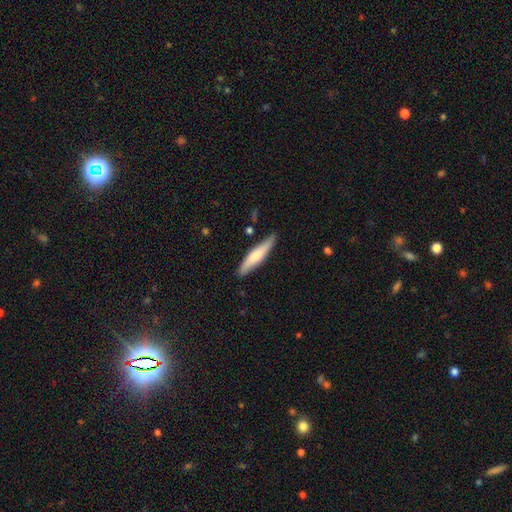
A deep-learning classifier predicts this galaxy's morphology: The model was most divided on "smooth or featured": smooth: 64%, featured or disk: 31%, star or artifact: 5%. More confident: merging — none (85%); how rounded — cigar-shaped (85%).